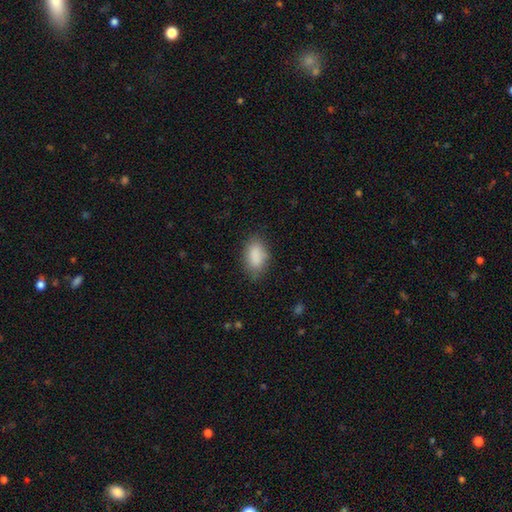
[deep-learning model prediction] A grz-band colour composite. It shows a smooth galaxy with no disk features (87%) that is in between round and cigar-shaped (91%). Merging: none (75%).